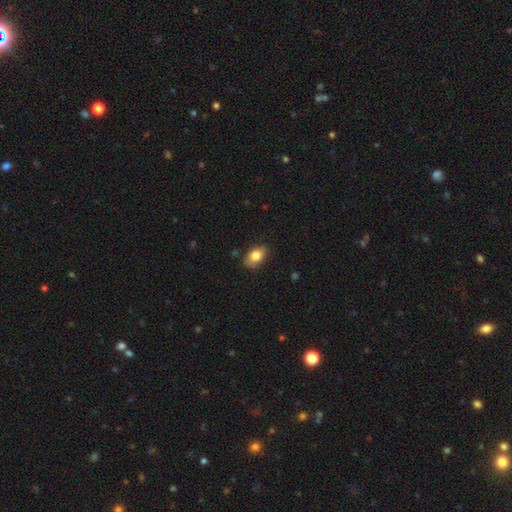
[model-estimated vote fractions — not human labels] Morphology: type=smooth (83%); roundness=in between (86%); merging=none (82%).